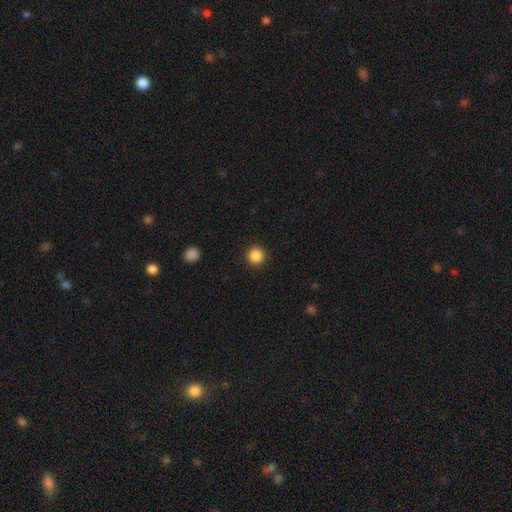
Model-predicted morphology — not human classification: This is clearly a smooth galaxy (87%). How rounded: clearly round (96%). Merging: clearly none (92%).